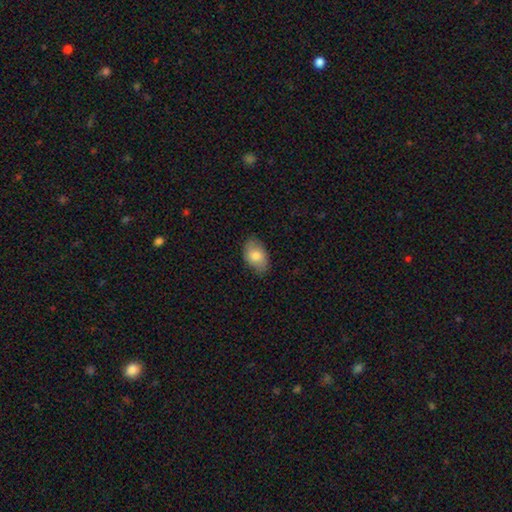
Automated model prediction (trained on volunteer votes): Smooth or featured? smooth (79%)
How rounded? in between (89%)
Merging? none (78%)